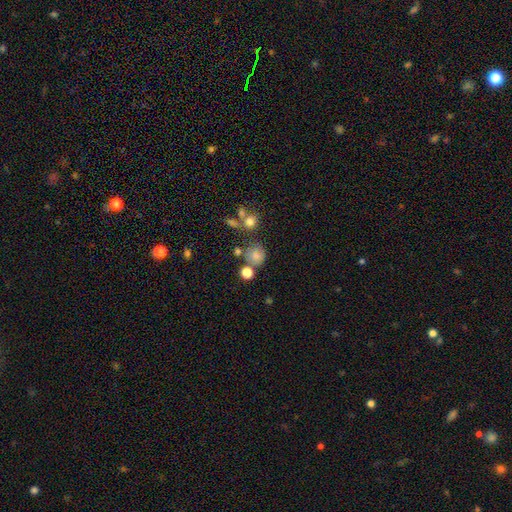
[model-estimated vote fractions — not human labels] A smooth galaxy with no disk features (74%) that is round (83%).

Vote fractions:
- Smooth or featured? smooth: 74% / star or artifact: 15% / featured or disk: 11%
- How rounded? round: 83% / in between: 16% / cigar-shaped: 1%
- Merging? none: 62% / merger: 17% / minor disturbance: 14% / major disturbance: 6%